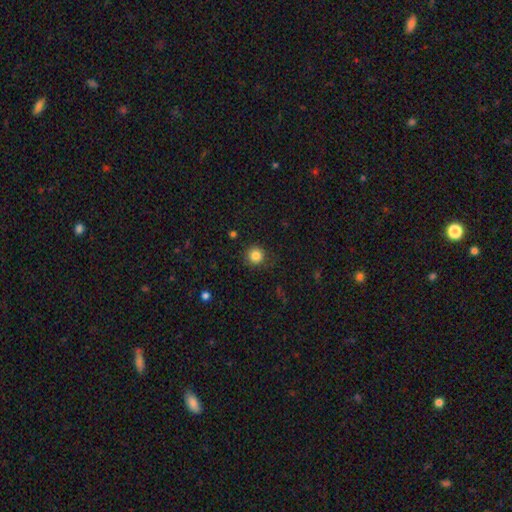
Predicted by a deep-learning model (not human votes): A smooth galaxy with no disk features (84%) that is round (94%).

Vote fractions:
- Smooth or featured? smooth: 84% / star or artifact: 11% / featured or disk: 5%
- How rounded? round: 94% / in between: 5% / cigar-shaped: 1%
- Merging? none: 87% / minor disturbance: 9% / major disturbance: 3% / merger: 1%